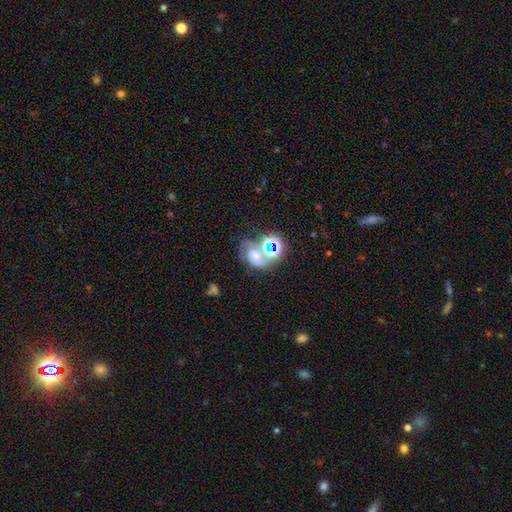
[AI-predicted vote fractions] Smooth or featured? featured or disk (43%)
Merging? merger (33%)